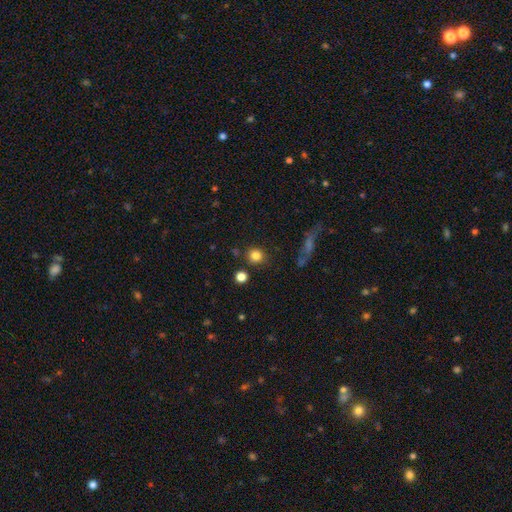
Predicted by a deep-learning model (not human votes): The model was most divided on "smooth or featured": smooth: 83%, star or artifact: 12%, featured or disk: 5%. More confident: how rounded — round (88%); merging — none (82%).